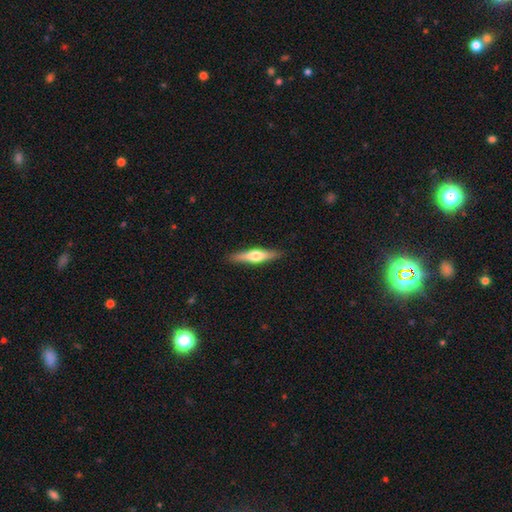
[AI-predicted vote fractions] The model was most divided on "smooth or featured": featured or disk: 54%, smooth: 41%, star or artifact: 5%. More confident: edge-on disk — yes (95%); edge-on bulge — rounded (92%); merging — none (90%).